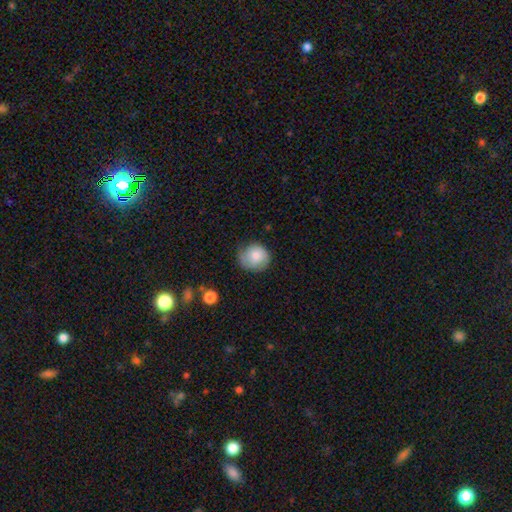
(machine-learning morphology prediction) smooth 76%, featured or disk 16%, star or artifact 8%. Down the decision tree: how rounded — round (81%); merging — none (65%).